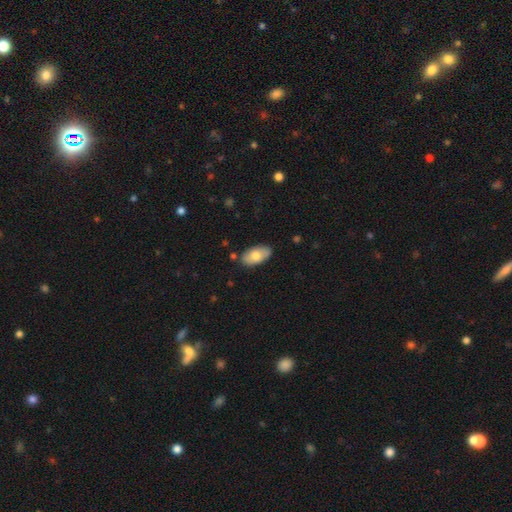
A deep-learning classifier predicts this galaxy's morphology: Smooth or featured? smooth (74%)
How rounded? in between (94%)
Merging? none (83%)